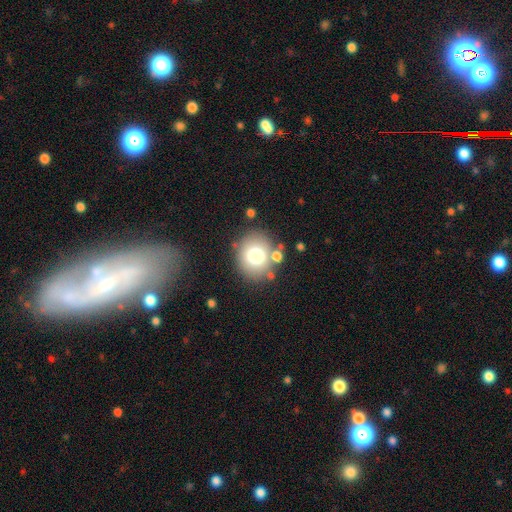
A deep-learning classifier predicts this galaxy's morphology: smooth_or_featured: smooth (p=0.73) [alt: featured or disk p=0.15]
how_rounded: round (p=0.79) [alt: in between p=0.20]
merging: none (p=0.76) [alt: minor disturbance p=0.11]